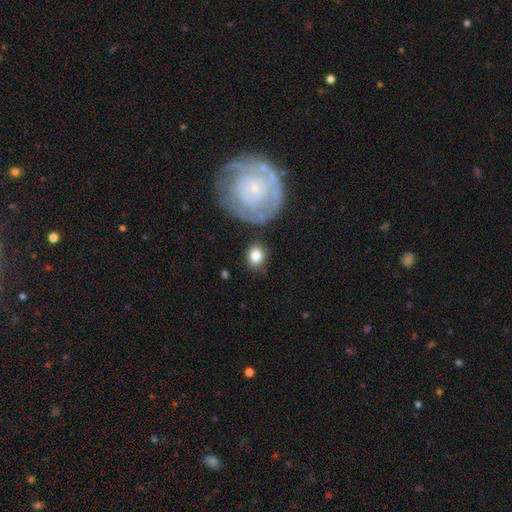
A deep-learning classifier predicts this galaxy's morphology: smooth 80%, featured or disk 12%, star or artifact 7%. Down the decision tree: how rounded — round (69%); merging — none (79%).